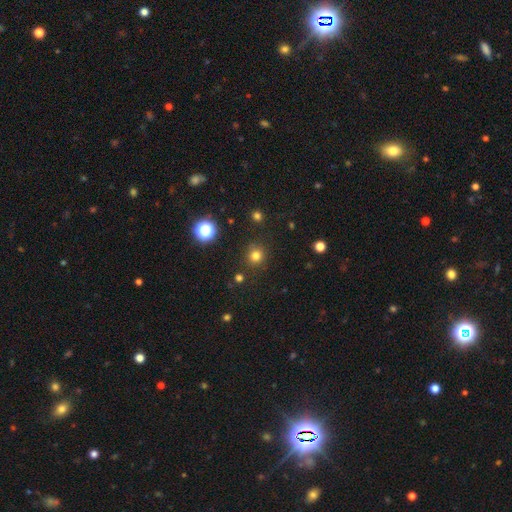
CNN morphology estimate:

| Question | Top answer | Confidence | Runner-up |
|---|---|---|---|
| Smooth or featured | smooth | 78% | star or artifact (18%) |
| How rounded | round | 92% | in between (7%) |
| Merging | none | 88% | minor disturbance (7%) |